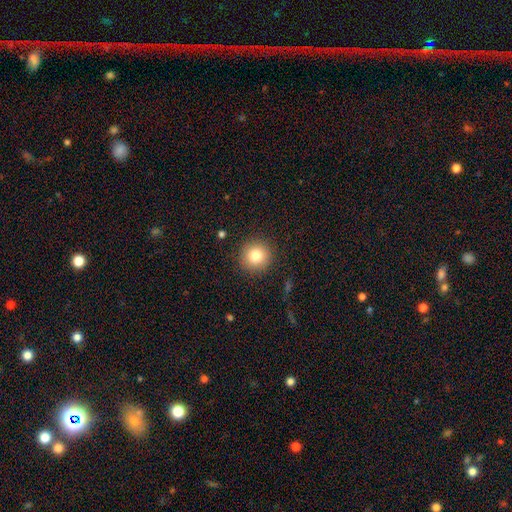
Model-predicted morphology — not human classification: Overall: smooth (82%). How rounded: round (94%). Merging: none (90%).